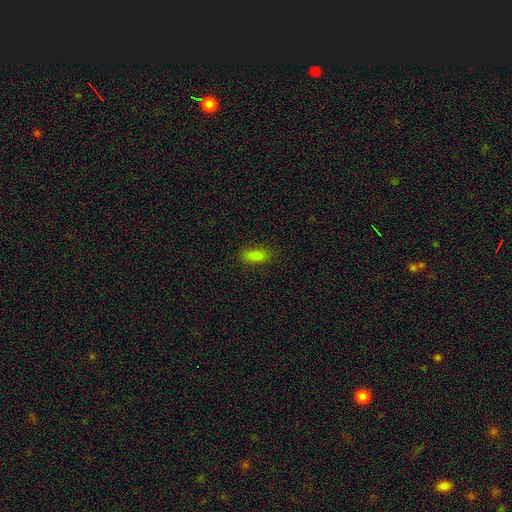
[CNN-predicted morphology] type=smooth (85%); roundness=in between (81%); merging=none (84%).